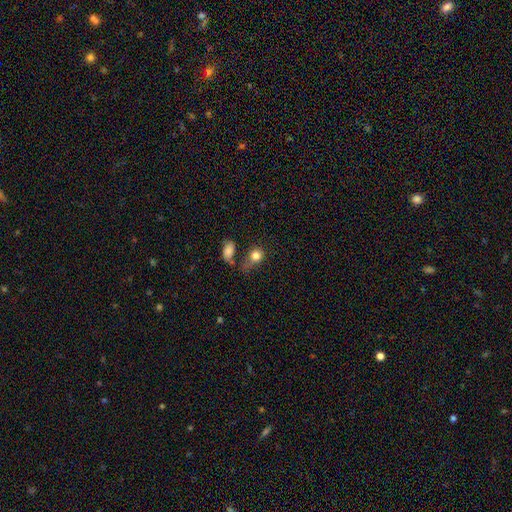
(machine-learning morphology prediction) type=smooth (82%); roundness=round (66%); merging=none (45%).